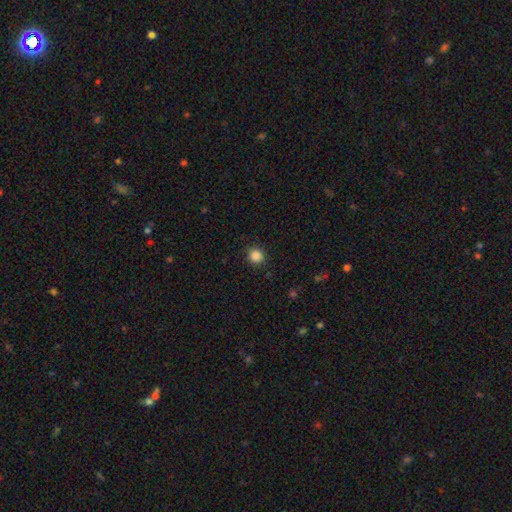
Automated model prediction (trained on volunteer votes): Smooth or featured? smooth (86%)
How rounded? round (92%)
Merging? none (90%)